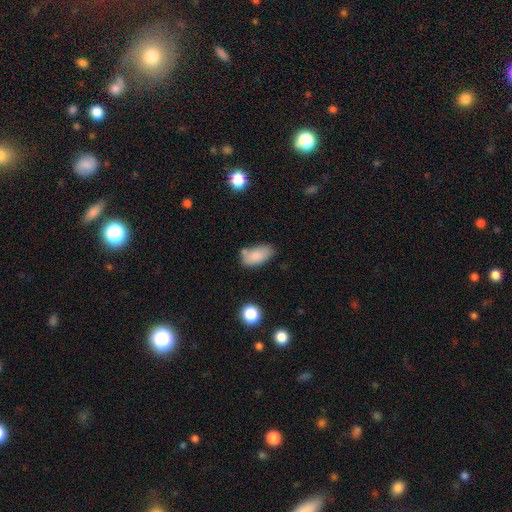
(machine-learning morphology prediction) Smooth or featured? smooth (83%)
How rounded? in between (92%)
Merging? none (58%)